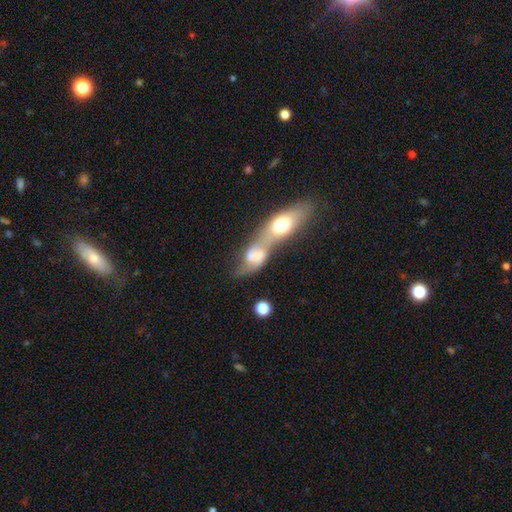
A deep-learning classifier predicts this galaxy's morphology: Smooth or featured?
  - featured or disk: 52% *
  - smooth: 40%
  - star or artifact: 9%
Edge-on disk?
  - no: 83% *
  - yes: 17%
Merging?
  - merger: 70% *
  - none: 16%
  - minor disturbance: 7%
  - major disturbance: 7%